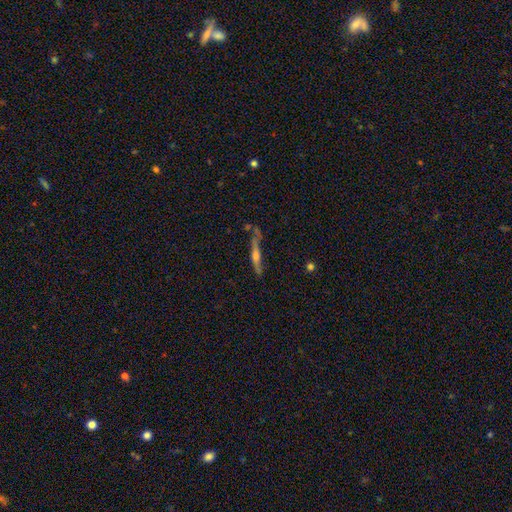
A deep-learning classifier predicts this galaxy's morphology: This is likely a featured or disk galaxy (68%). It is clearly viewed edge-on (93%). Edge-on bulge: likely rounded (75%). Merging: likely none (65%).